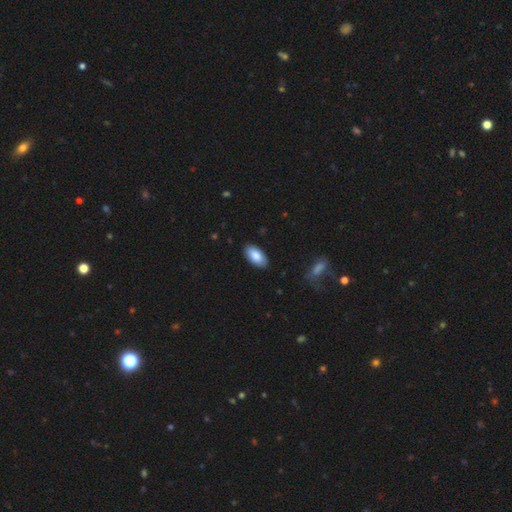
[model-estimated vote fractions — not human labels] This is clearly a smooth galaxy (84%). How rounded: clearly in between (95%). Merging: clearly none (88%).